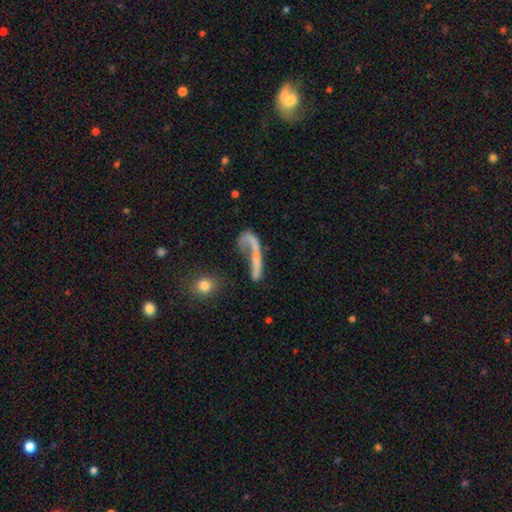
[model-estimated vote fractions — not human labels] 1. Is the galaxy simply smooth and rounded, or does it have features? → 39% featured or disk, 37% smooth, 24% star or artifact.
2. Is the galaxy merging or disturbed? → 40% none, 29% merger, 17% major disturbance, 13% minor disturbance.